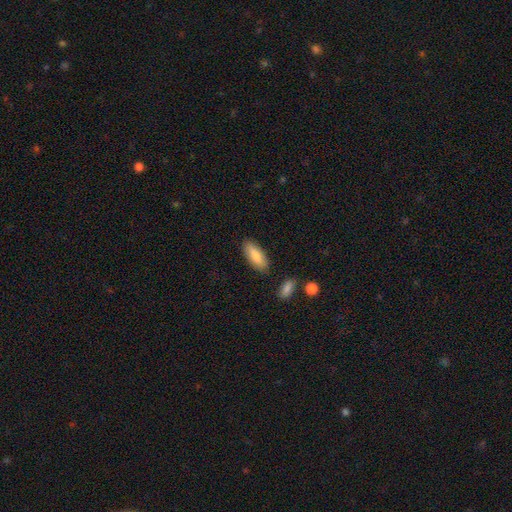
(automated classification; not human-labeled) smooth_or_featured: smooth (p=0.81) [alt: featured or disk p=0.13]
how_rounded: in between (p=0.77) [alt: cigar-shaped p=0.21]
merging: none (p=0.85) [alt: minor disturbance p=0.10]